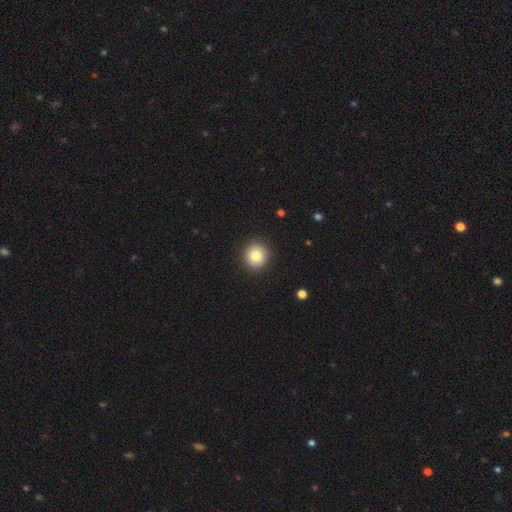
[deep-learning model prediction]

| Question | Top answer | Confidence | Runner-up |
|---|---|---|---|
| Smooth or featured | smooth | 82% | star or artifact (9%) |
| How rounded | round | 93% | in between (6%) |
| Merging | none | 92% | minor disturbance (5%) |